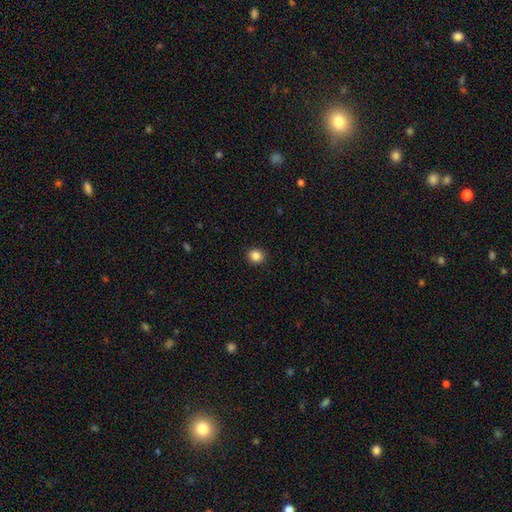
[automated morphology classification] Smooth or featured? smooth (85%)
How rounded? round (83%)
Merging? none (92%)